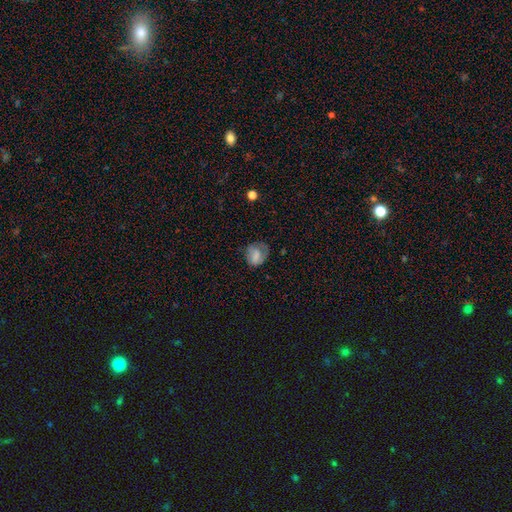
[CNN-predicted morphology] smooth_or_featured: smooth (p=0.62) [alt: featured or disk p=0.28]
how_rounded: round (p=0.57) [alt: in between p=0.42]
merging: none (p=0.46) [alt: minor disturbance p=0.29]